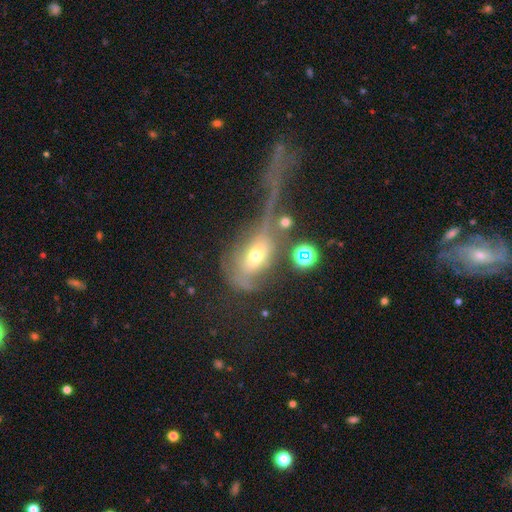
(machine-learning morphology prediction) This appears to be a featured or disk galaxy (43%). Merging: major disturbance (54%).